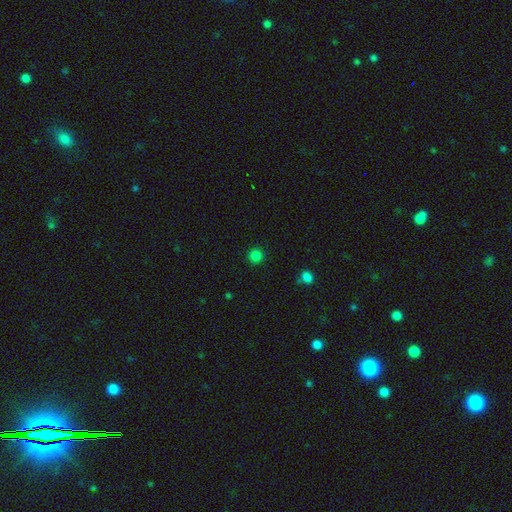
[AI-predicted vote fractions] smooth-or-featured: smooth: 82% | star or artifact: 14% | featured or disk: 3%
  how-rounded: round: 95% | in between: 4% | cigar-shaped: 1%
  merging: none: 91% | minor disturbance: 6% | major disturbance: 2% | merger: 1%